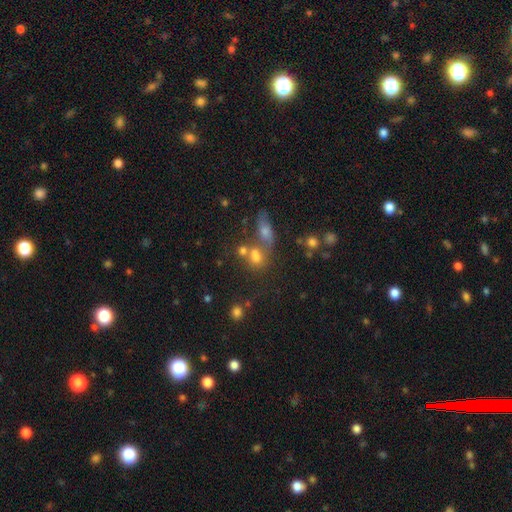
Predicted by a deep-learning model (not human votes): Smooth or featured? smooth (65%)
How rounded? round (53%)
Merging? merger (43%)